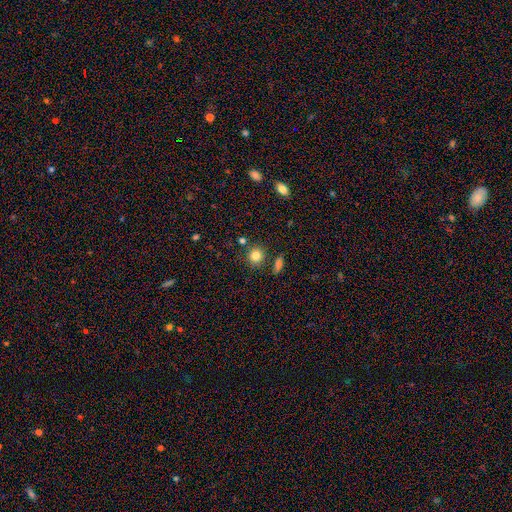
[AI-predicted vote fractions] Morphology: type=smooth (83%); roundness=round (89%); merging=none (82%).